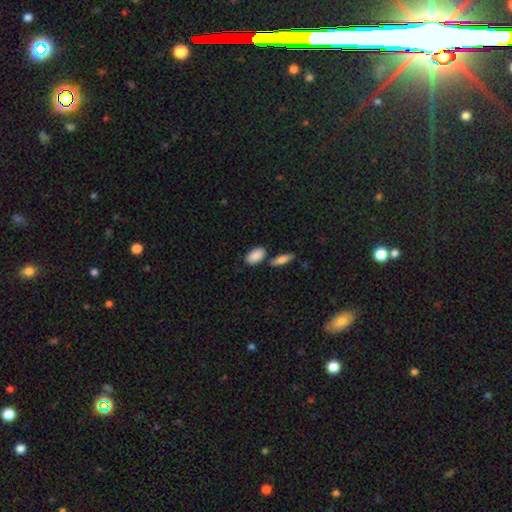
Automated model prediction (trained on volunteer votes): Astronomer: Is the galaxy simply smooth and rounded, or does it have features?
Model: smooth — 88%.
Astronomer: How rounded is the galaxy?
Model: in between — 92%.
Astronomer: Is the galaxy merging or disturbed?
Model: none — 72%.